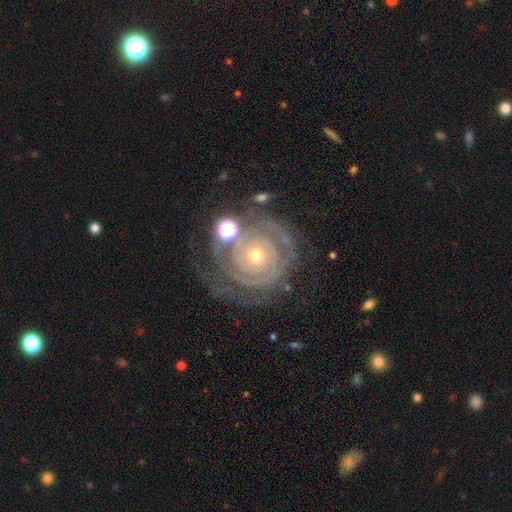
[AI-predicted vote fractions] This appears to be a featured or disk galaxy (88%) with no bar (80%), 2 (41%) tight (83%) spiral arms (97%) and a small central bulge (65%). Merging: none (65%).